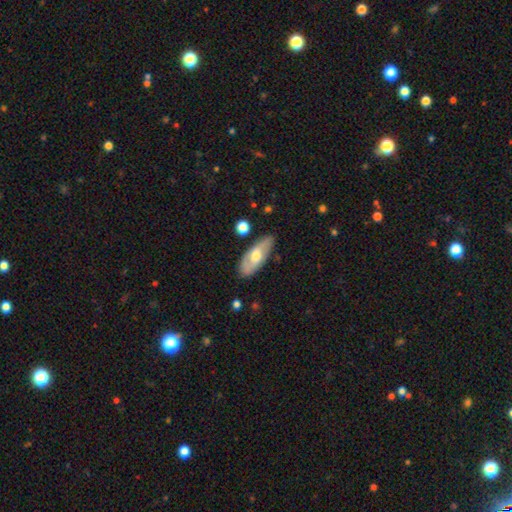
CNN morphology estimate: A smooth galaxy with no disk features (49%).

Vote fractions:
- Smooth or featured? smooth: 49% / featured or disk: 45% / star or artifact: 6%
- Merging? none: 81% / minor disturbance: 14% / major disturbance: 3% / merger: 2%